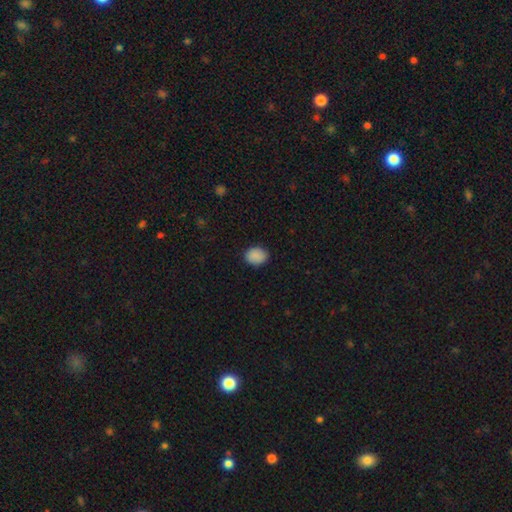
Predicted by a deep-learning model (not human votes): This is clearly a smooth galaxy (89%). How rounded: possibly round (51%). Merging: clearly none (87%).